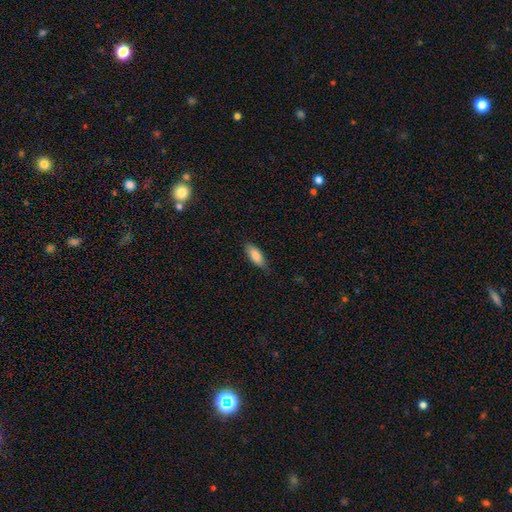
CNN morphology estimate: Smooth or featured? Predicted: smooth (p=0.85). How rounded? Predicted: in between (p=0.76). Merging? Predicted: none (p=0.80).